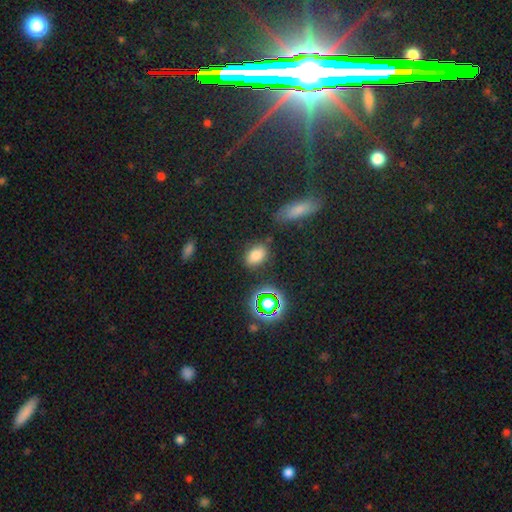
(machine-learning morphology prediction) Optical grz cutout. It shows a smooth galaxy with no disk features (75%) that is in between round and cigar-shaped (80%). Merging: none (78%).